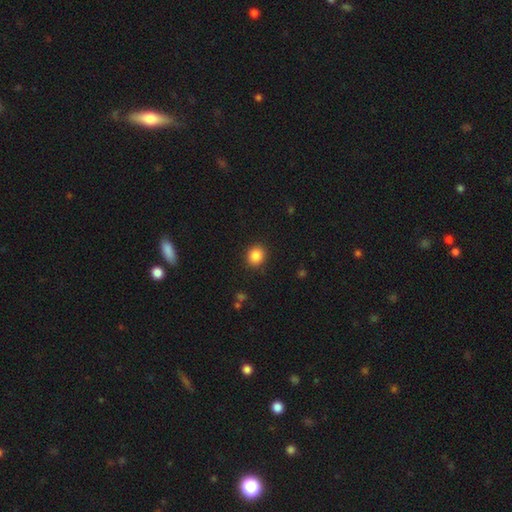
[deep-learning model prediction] smooth_or_featured: smooth (p=0.86) [alt: star or artifact p=0.10]
how_rounded: round (p=0.81) [alt: in between p=0.18]
merging: none (p=0.90) [alt: minor disturbance p=0.07]